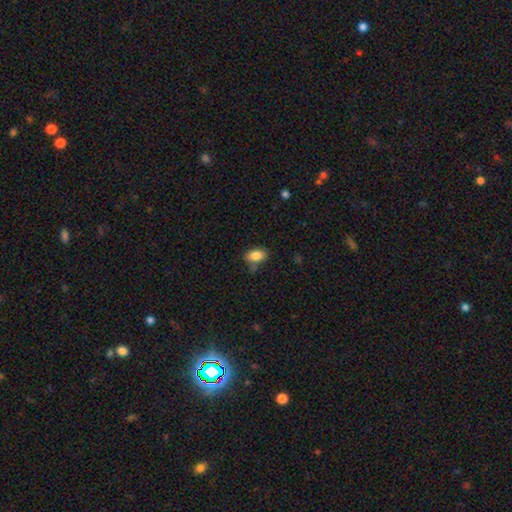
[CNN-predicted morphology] type=smooth (84%); roundness=in between (89%); merging=none (74%).